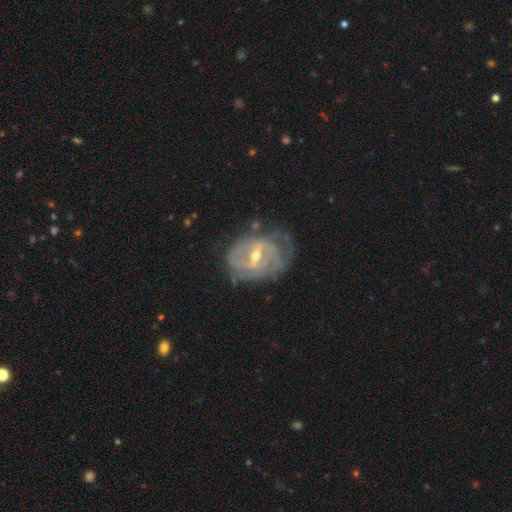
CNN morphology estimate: Smooth or featured?
  - featured or disk: 84% *
  - smooth: 10%
  - star or artifact: 6%
Edge-on disk?
  - no: 96% *
  - yes: 4%
Bar?
  - weak: 50% *
  - strong: 35%
  - no: 15%
Spiral arms?
  - yes: 86% *
  - no: 14%
Spiral winding?
  - tight: 54% *
  - medium: 34%
  - loose: 12%
Spiral arm count?
  - 2: 38% *
  - can't tell: 37%
  - 3: 12%
  - 1: 5%
  - 4: 5%
  - more than 4: 3%
Bulge size?
  - moderate: 54% *
  - small: 42%
  - large: 2%
  - none: 1%
  - dominant: 1%
Merging?
  - none: 58% *
  - minor disturbance: 27%
  - major disturbance: 13%
  - merger: 2%